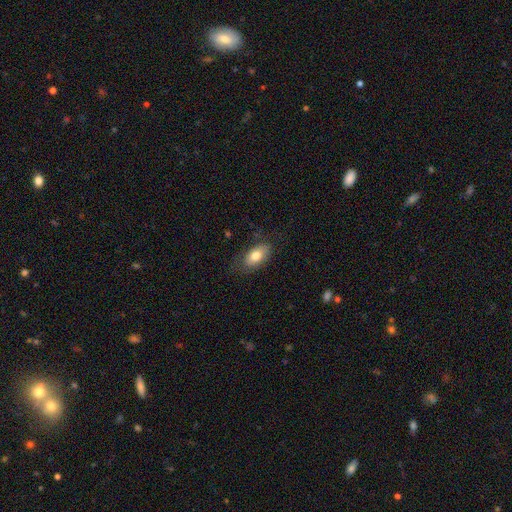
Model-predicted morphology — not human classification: This appears to be a smooth galaxy with no disk features (75%) that is in between round and cigar-shaped (91%). Merging: none (75%).